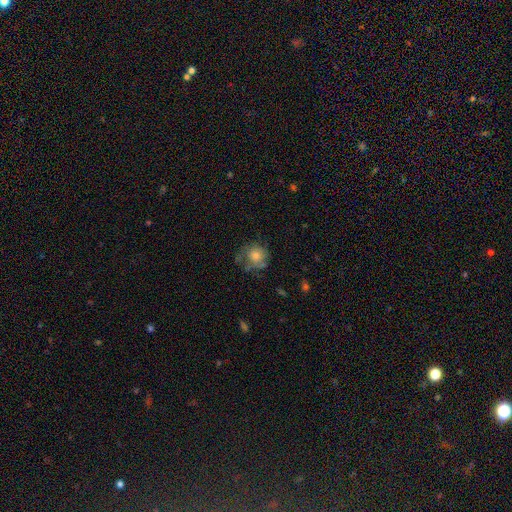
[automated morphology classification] Smooth or featured?
  - smooth: 54% *
  - featured or disk: 36%
  - star or artifact: 10%
How rounded?
  - round: 82% *
  - in between: 17%
  - cigar-shaped: 1%
Merging?
  - none: 55% *
  - minor disturbance: 24%
  - major disturbance: 17%
  - merger: 4%